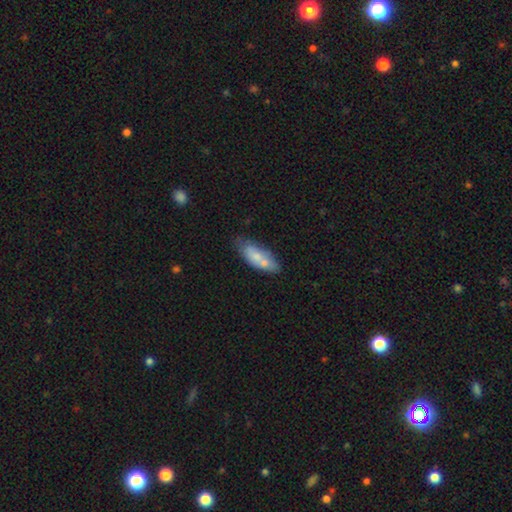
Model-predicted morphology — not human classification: smooth_or_featured: smooth (p=0.67) [alt: featured or disk p=0.26]
how_rounded: in between (p=0.79) [alt: cigar-shaped p=0.18]
merging: none (p=0.45) [alt: merger p=0.25]